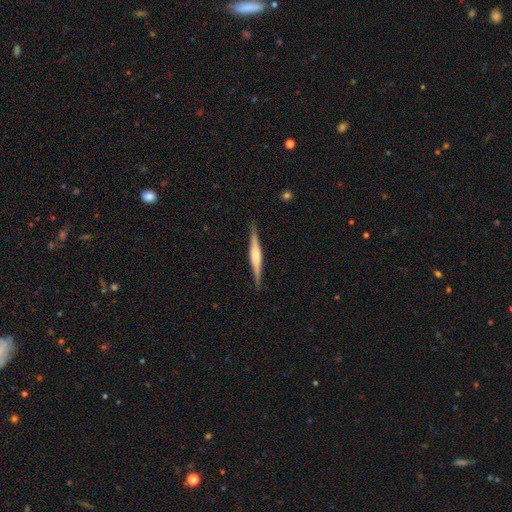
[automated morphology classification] Smooth or featured: featured or disk — 69% (smooth — 25%)
Edge-on disk: yes — 98% (no — 2%)
Edge-on bulge: rounded — 52% (boxy — 36%)
Merging: none — 89% (minor disturbance — 8%)